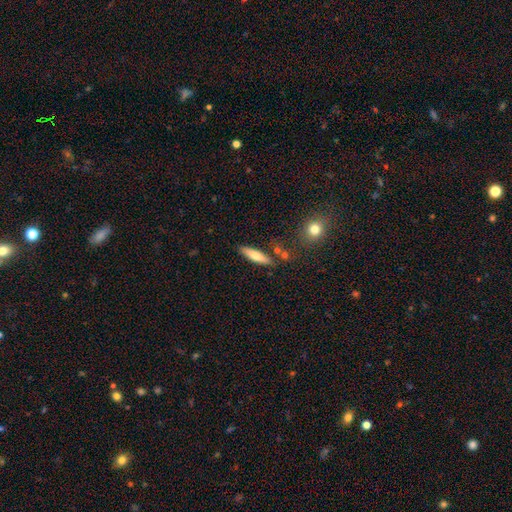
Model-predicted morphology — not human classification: Smooth or featured: smooth — 66% (featured or disk — 28%)
How rounded: cigar-shaped — 70% (in between — 28%)
Merging: none — 80% (minor disturbance — 11%)